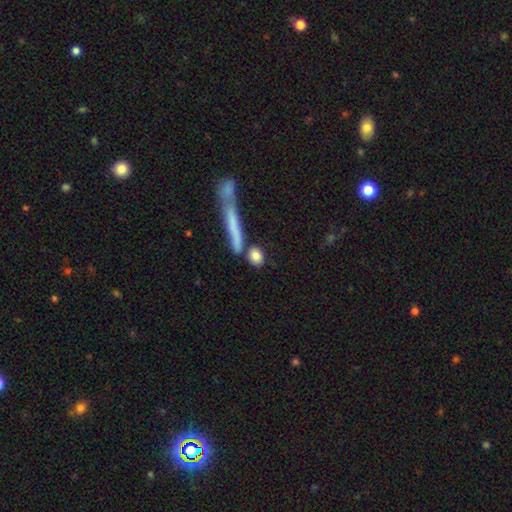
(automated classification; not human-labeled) Smooth or featured? Predicted: smooth (p=0.82). How rounded? Predicted: round (p=0.53). Merging? Predicted: none (p=0.72).